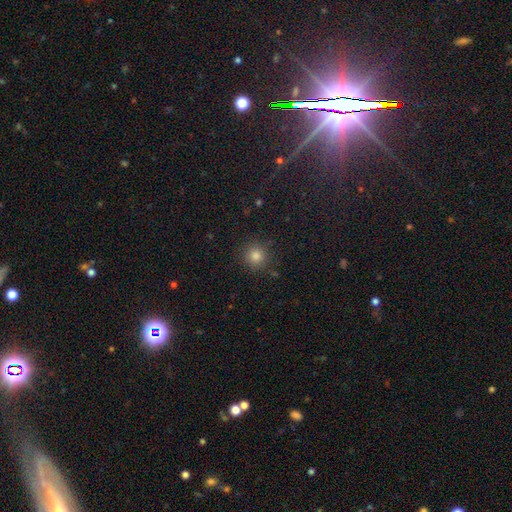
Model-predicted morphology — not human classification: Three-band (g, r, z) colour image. It shows a smooth galaxy with no disk features (80%) that is round (94%). Merging: none (89%).